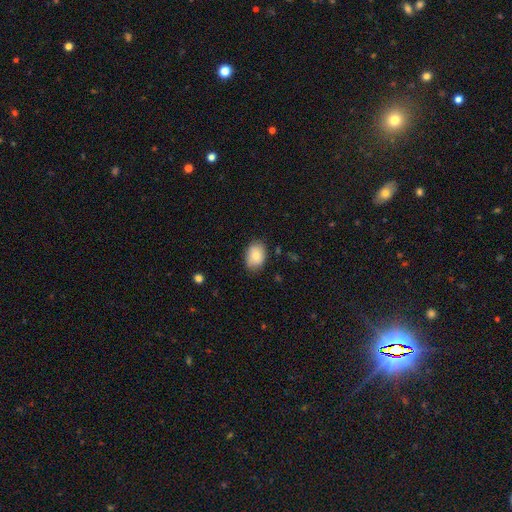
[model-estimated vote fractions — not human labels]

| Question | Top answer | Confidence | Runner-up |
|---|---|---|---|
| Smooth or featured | smooth | 82% | featured or disk (10%) |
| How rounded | in between | 77% | round (22%) |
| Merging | none | 80% | minor disturbance (16%) |